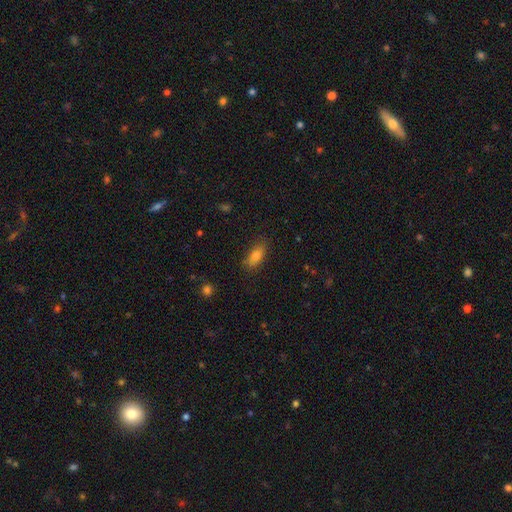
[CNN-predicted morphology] A smooth galaxy with no disk features (78%) that is in between round and cigar-shaped (75%). Merging: none (79%).